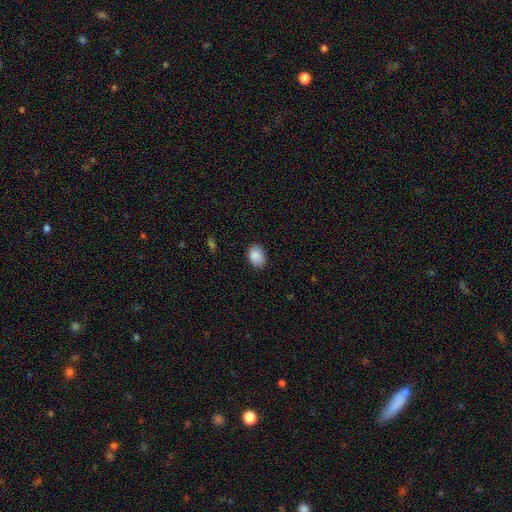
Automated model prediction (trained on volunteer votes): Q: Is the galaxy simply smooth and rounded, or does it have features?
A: smooth — 89%.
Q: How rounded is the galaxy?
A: in between — 78%.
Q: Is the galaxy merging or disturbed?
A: none — 86%.